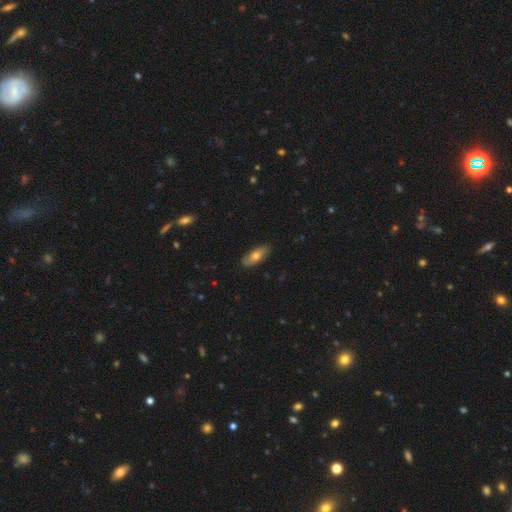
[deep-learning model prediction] Smooth or featured: smooth — 64% (featured or disk — 30%)
How rounded: in between — 70% (cigar-shaped — 27%)
Merging: none — 84% (minor disturbance — 13%)